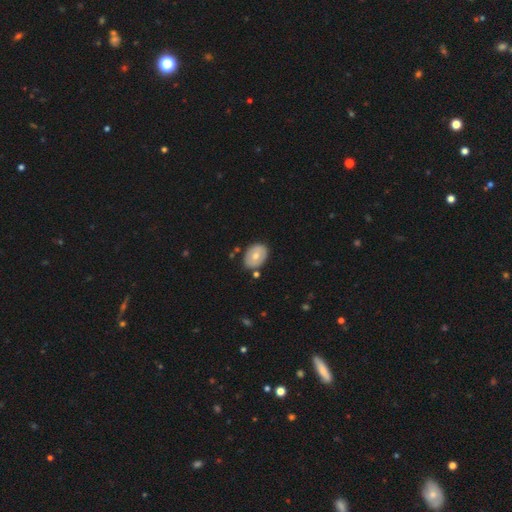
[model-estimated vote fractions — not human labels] Morphology: type=smooth (58%); roundness=in between (74%); merging=none (80%).